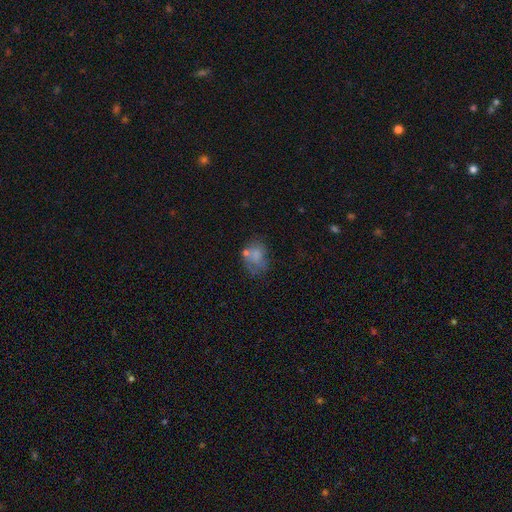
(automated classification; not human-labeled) Overall: smooth (60%; featured or disk 27%). How rounded: in between (56%; round 43%). Merging: none (39%; minor disturbance 24%).